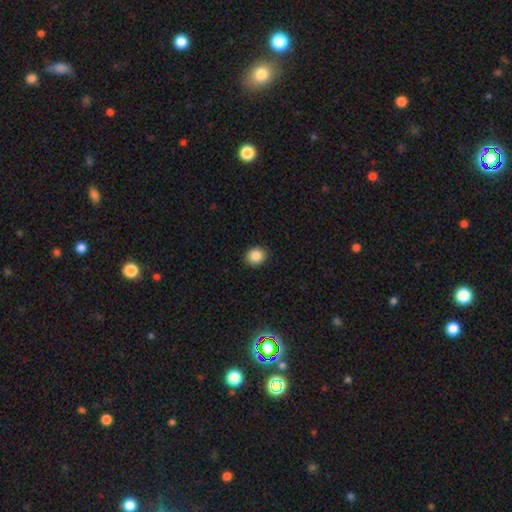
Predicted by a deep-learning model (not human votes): smooth 87%, star or artifact 9%, featured or disk 4%. Down the decision tree: how rounded — round (73%); merging — none (90%).